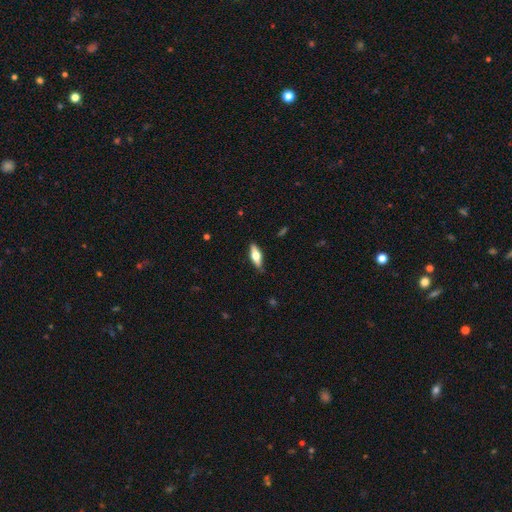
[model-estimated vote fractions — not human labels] Q: Smooth or featured?
A: smooth (51%); runner-up: featured or disk (42%)
Q: How rounded?
A: in between (60%); runner-up: cigar-shaped (37%)
Q: Merging?
A: none (86%); runner-up: minor disturbance (11%)